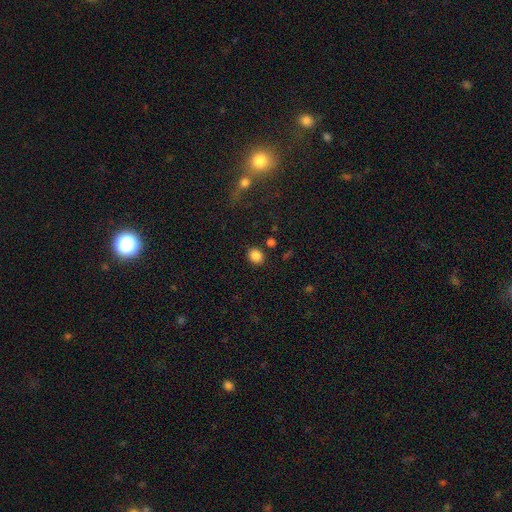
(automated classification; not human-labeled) Smooth or featured? Predicted: smooth (p=0.86). How rounded? Predicted: round (p=0.62). Merging? Predicted: none (p=0.85).